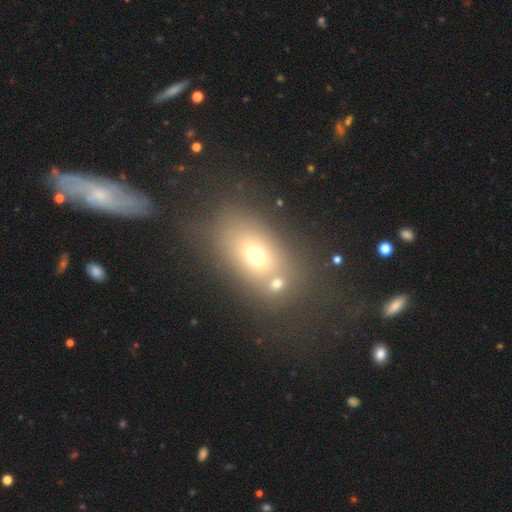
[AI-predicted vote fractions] Smooth or featured? smooth (62%)
How rounded? in between (72%)
Merging? none (57%)